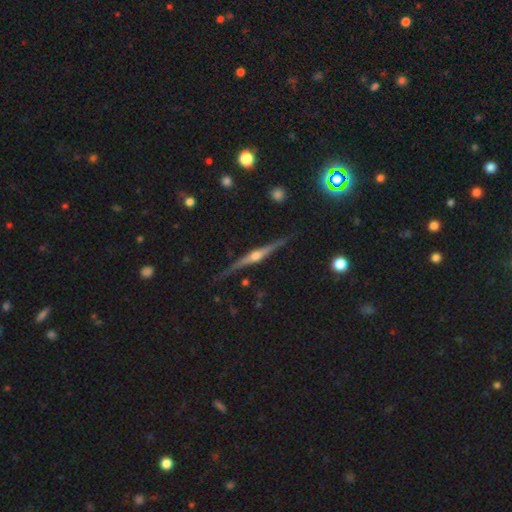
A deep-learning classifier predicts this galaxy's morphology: smooth-or-featured: featured or disk: 84% | smooth: 10% | star or artifact: 6%
  disk-edge-on: yes: 98% | no: 2%
    edge-on-bulge: rounded: 93% | boxy: 4% | none: 3%
  merging: none: 87% | minor disturbance: 10% | major disturbance: 2% | merger: 2%